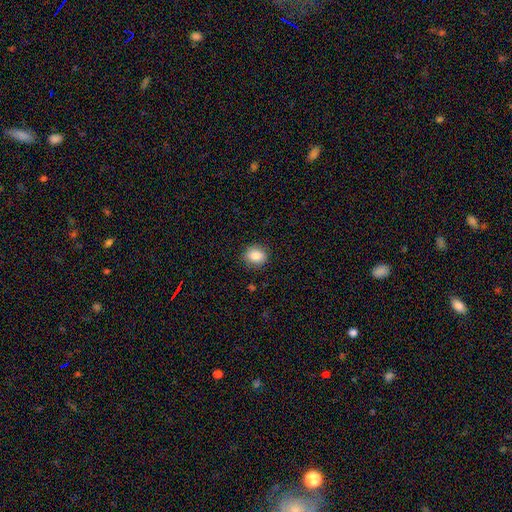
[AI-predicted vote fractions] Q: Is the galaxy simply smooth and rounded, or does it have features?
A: smooth — 86%.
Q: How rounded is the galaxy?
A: round — 61%.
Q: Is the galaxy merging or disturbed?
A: none — 87%.